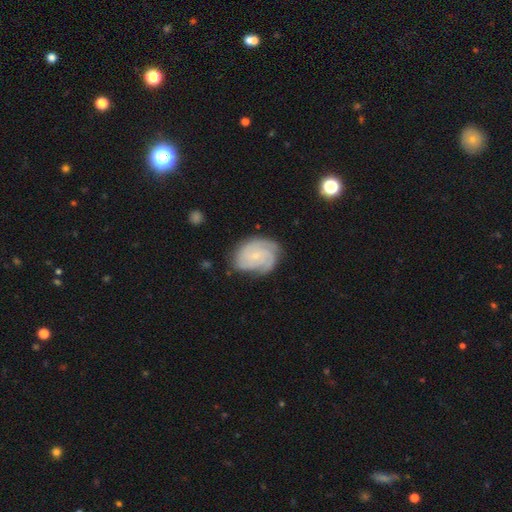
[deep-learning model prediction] Q: Smooth or featured?
A: featured or disk (81%); runner-up: smooth (13%)
Q: Edge-on disk?
A: no (98%); runner-up: yes (2%)
Q: Bar?
A: no (71%); runner-up: weak (25%)
Q: Spiral arms?
A: yes (97%); runner-up: no (3%)
Q: Spiral winding?
A: tight (65%); runner-up: medium (29%)
Q: Spiral arm count?
A: 3 (40%); runner-up: can't tell (20%)
Q: Bulge size?
A: small (78%); runner-up: moderate (16%)
Q: Merging?
A: none (69%); runner-up: minor disturbance (22%)